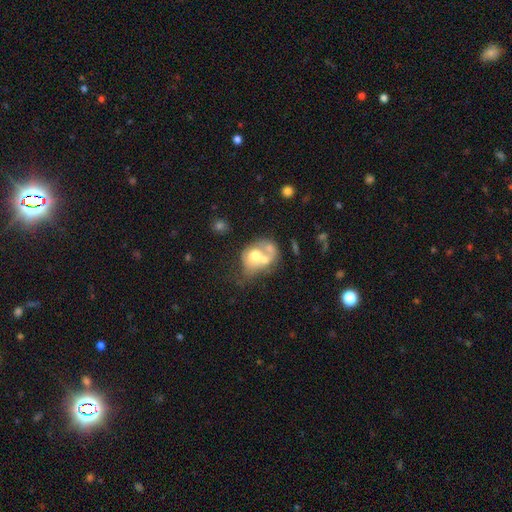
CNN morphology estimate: smooth-or-featured: smooth: 50% | featured or disk: 41% | star or artifact: 9%
  how-rounded: in between: 51% | round: 48% | cigar-shaped: 1%
  merging: merger: 64% | none: 15% | major disturbance: 12% | minor disturbance: 10%